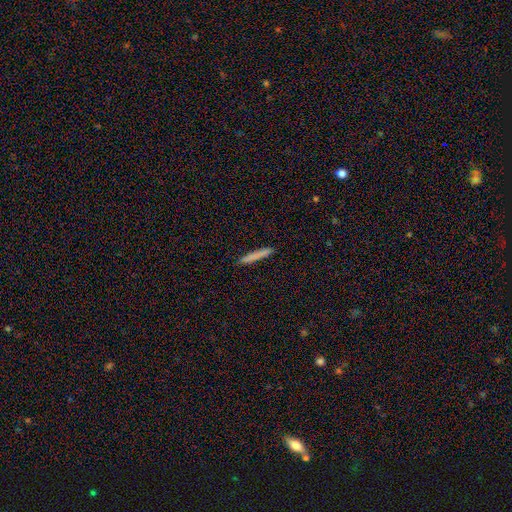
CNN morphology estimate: smooth 80%, featured or disk 13%, star or artifact 7%. Down the decision tree: how rounded — cigar-shaped (96%); merging — none (91%).